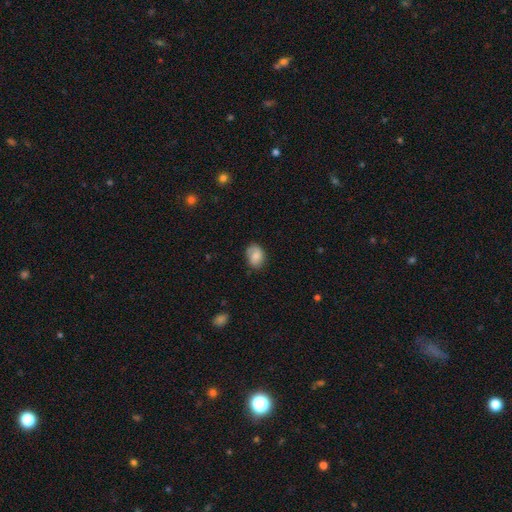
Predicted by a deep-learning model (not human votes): Q: Smooth or featured?
A: smooth (71%); runner-up: featured or disk (20%)
Q: How rounded?
A: in between (70%); runner-up: round (29%)
Q: Merging?
A: none (66%); runner-up: minor disturbance (25%)